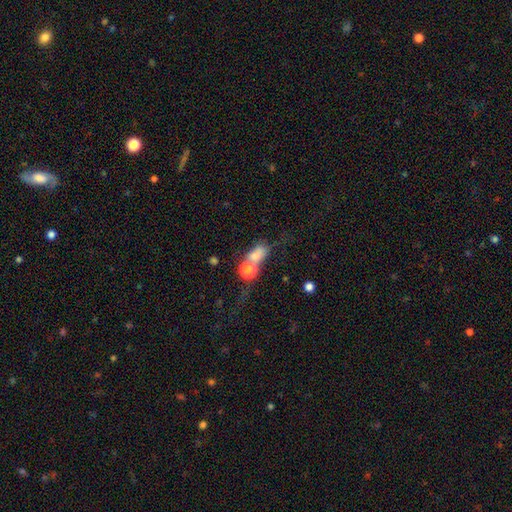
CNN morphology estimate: A smooth galaxy with no disk features (67%) that is in between round and cigar-shaped (53%).

Vote fractions:
- Smooth or featured? smooth: 67% / featured or disk: 18% / star or artifact: 15%
- How rounded? in between: 53% / round: 41% / cigar-shaped: 5%
- Merging? merger: 48% / none: 27% / major disturbance: 14% / minor disturbance: 11%